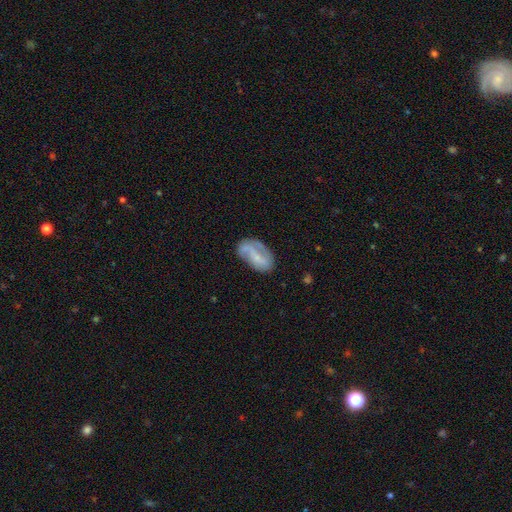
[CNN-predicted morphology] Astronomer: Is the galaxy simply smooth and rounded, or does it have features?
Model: featured or disk — 58% (runner-up: smooth, 34%).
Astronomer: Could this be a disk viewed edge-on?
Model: no — 95%.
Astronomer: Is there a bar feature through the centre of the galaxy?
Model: no — 42% (runner-up: weak, 38%).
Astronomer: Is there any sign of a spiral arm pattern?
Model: yes — 78%.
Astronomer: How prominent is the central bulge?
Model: small — 57%.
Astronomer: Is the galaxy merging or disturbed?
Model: none — 57%.